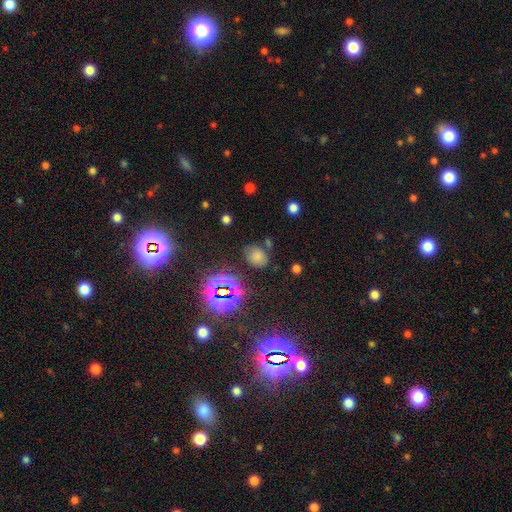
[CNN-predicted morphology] This is likely a smooth galaxy (61%). How rounded: possibly in between (53%). Merging: likely none (71%).